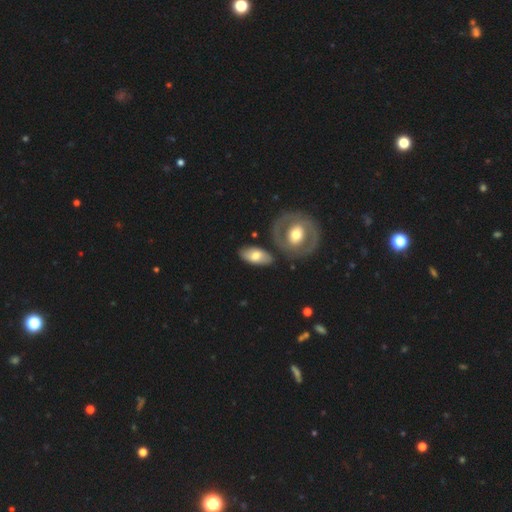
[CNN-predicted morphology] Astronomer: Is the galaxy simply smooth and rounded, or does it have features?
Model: smooth — 61%.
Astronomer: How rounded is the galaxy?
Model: in between — 90%.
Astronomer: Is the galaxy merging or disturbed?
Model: none — 75%.